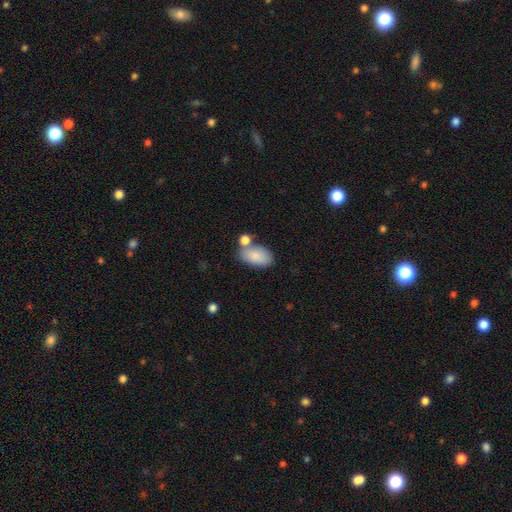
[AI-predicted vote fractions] Overall: smooth (85%). How rounded: in between (94%). Merging: none (54%; merger 24%).